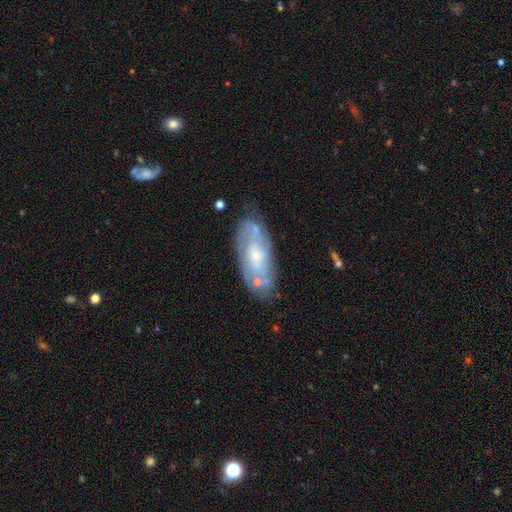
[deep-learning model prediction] A featured or disk galaxy (71%) with no bar (71%), spiral arms (78%) and a small central bulge (63%).

Vote fractions:
- Smooth or featured? featured or disk: 71% / smooth: 23% / star or artifact: 7%
- Edge-on disk? no: 90% / yes: 10%
- Bar? no: 71% / weak: 24% / strong: 5%
- Spiral arms? yes: 78% / no: 22%
- Bulge size? small: 63% / moderate: 28% / none: 6% / large: 2% / dominant: 1%
- Merging? none: 69% / minor disturbance: 20% / major disturbance: 6% / merger: 5%